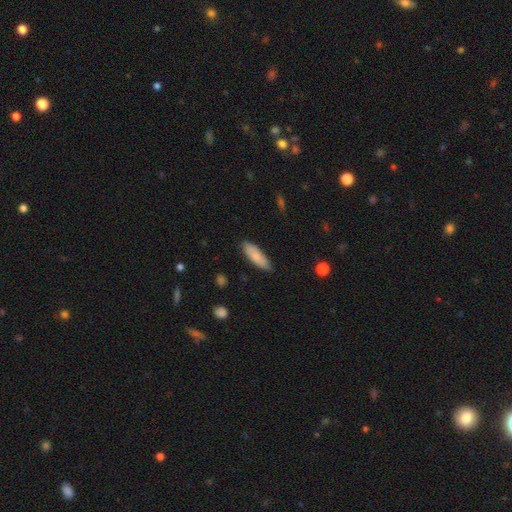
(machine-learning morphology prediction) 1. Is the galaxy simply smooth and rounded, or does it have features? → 83% smooth, 11% featured or disk, 6% star or artifact.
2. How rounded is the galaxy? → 54% in between, 44% cigar-shaped, 2% round.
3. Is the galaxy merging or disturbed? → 84% none, 12% minor disturbance, 2% major disturbance, 1% merger.